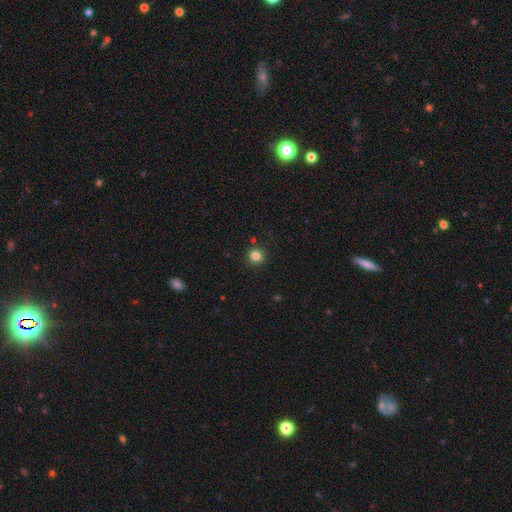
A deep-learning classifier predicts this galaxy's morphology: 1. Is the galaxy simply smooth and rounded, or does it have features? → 83% smooth, 12% star or artifact, 5% featured or disk.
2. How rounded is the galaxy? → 90% round, 9% in between, 1% cigar-shaped.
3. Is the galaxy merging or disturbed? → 89% none, 7% minor disturbance, 2% merger, 2% major disturbance.